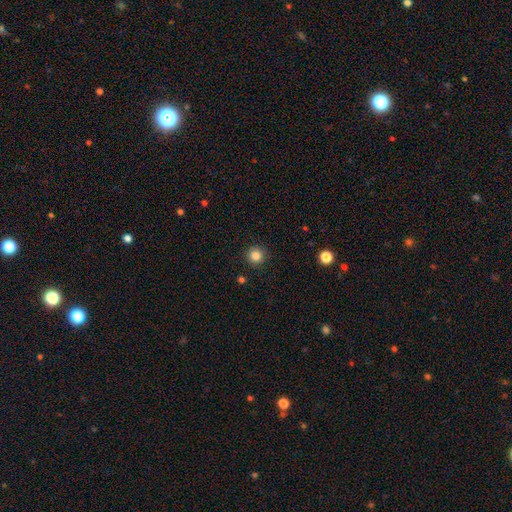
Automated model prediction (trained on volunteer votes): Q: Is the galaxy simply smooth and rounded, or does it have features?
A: smooth — 84%.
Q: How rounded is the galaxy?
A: round — 95%.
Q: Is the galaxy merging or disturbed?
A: none — 91%.